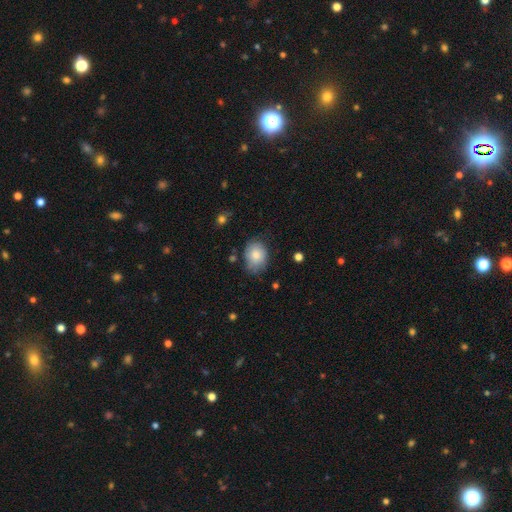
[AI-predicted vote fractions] This is likely a smooth galaxy (79%). How rounded: possibly in between (58%). Merging: likely none (65%).